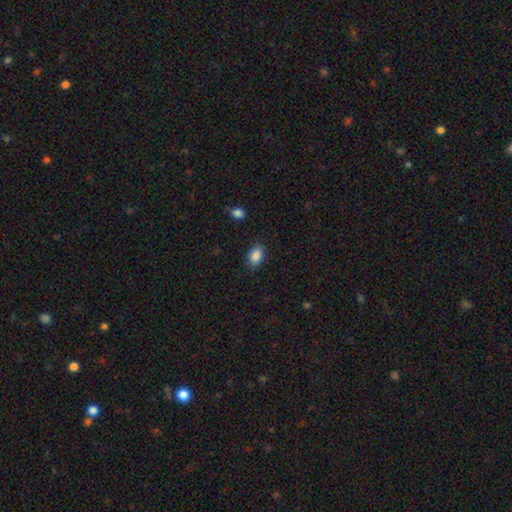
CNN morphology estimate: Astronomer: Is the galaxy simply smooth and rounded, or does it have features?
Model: smooth — 88%.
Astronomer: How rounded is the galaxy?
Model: in between — 83%.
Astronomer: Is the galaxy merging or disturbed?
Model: none — 85%.